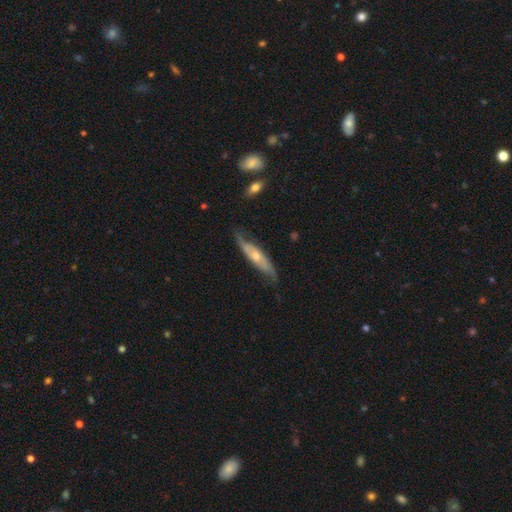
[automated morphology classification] This appears to be a featured or disk galaxy (61%) viewed edge-on (54%). Merging: none (66%).